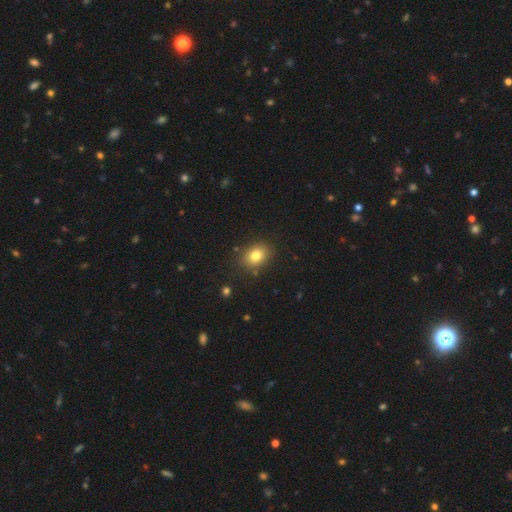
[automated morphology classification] The model was most divided on "how rounded": in between: 61%, round: 38%, cigar-shaped: 1%. More confident: merging — none (86%); smooth or featured — smooth (81%).